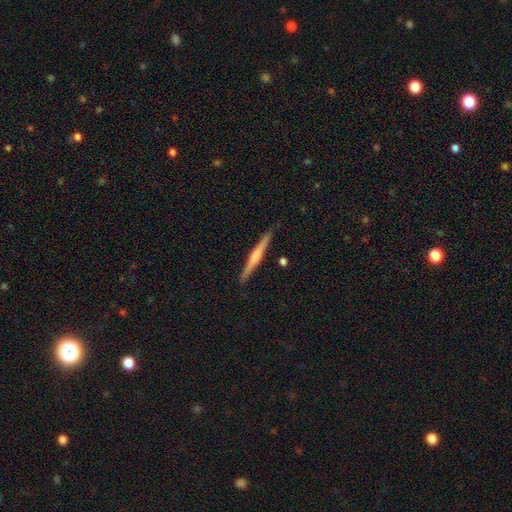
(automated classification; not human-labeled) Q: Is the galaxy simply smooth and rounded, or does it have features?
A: featured or disk — 61%.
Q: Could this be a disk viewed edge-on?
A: yes — 98%.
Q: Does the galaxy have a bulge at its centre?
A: rounded — 63%.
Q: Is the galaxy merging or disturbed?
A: none — 91%.